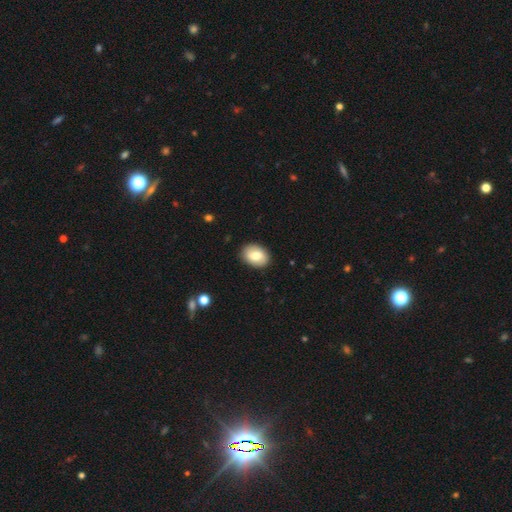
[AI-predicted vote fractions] Overall: smooth (79%). How rounded: in between (75%). Merging: none (88%).